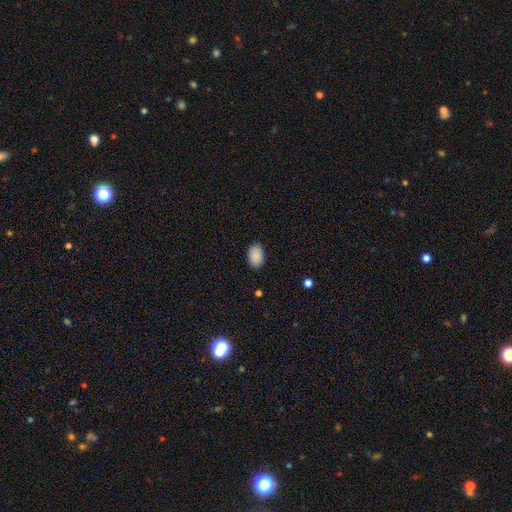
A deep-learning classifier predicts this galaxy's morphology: smooth-or-featured: smooth: 90% | star or artifact: 7% | featured or disk: 3%
  how-rounded: in between: 86% | round: 13% | cigar-shaped: 1%
  merging: none: 87% | minor disturbance: 9% | major disturbance: 2% | merger: 1%